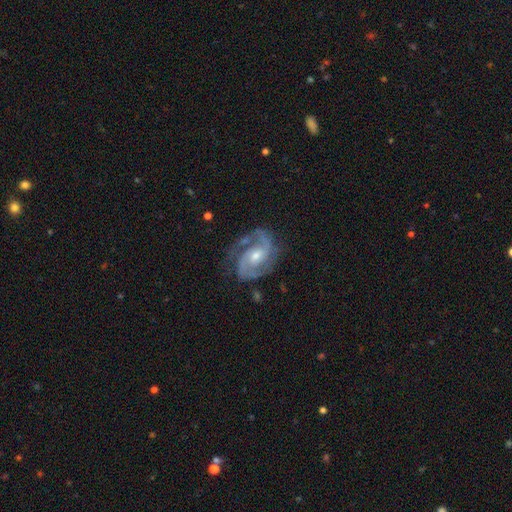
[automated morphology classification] The model was most divided on "bulge size": moderate: 51%, small: 45%, large: 2%, none: 1%, dominant: 1%. More confident: spiral arms — yes (98%); edge-on disk — no (98%); smooth or featured — featured or disk (92%); spiral arm count — 2 (82%); merging — none (74%); spiral winding — medium (54%); bar — no (51%).